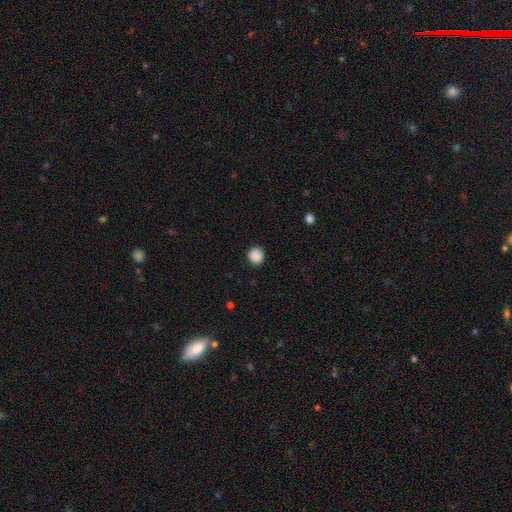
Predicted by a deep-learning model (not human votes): smooth_or_featured: smooth (p=0.88) [alt: star or artifact p=0.09]
how_rounded: round (p=0.92) [alt: in between p=0.07]
merging: none (p=0.90) [alt: minor disturbance p=0.06]